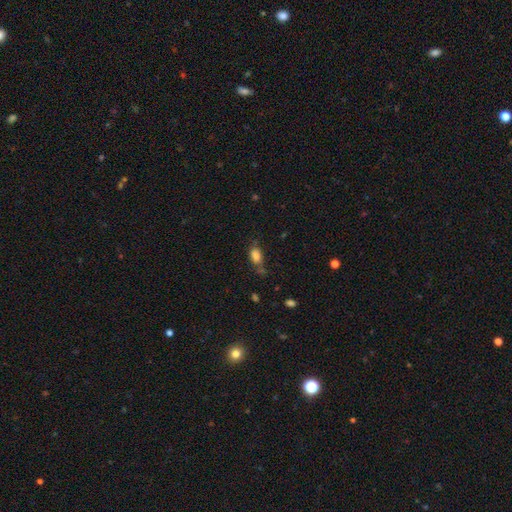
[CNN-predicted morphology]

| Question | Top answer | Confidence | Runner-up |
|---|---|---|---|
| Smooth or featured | smooth | 82% | star or artifact (11%) |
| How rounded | in between | 87% | round (8%) |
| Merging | none | 53% | minor disturbance (26%) |